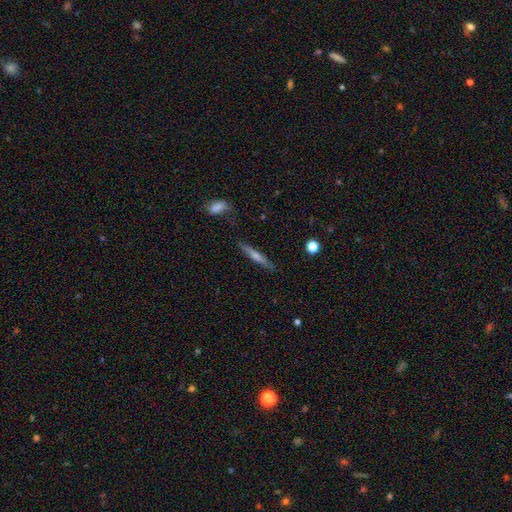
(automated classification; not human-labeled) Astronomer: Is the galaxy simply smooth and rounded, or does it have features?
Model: featured or disk — 50% (runner-up: smooth, 43%).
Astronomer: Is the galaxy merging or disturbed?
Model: none — 84%.